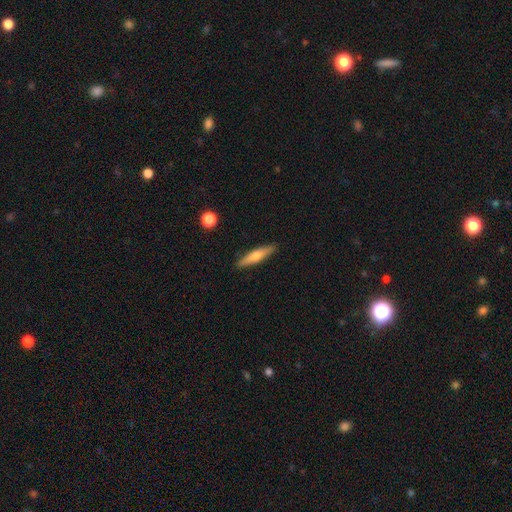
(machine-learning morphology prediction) Smooth or featured? smooth (52%)
How rounded? cigar-shaped (85%)
Merging? none (90%)